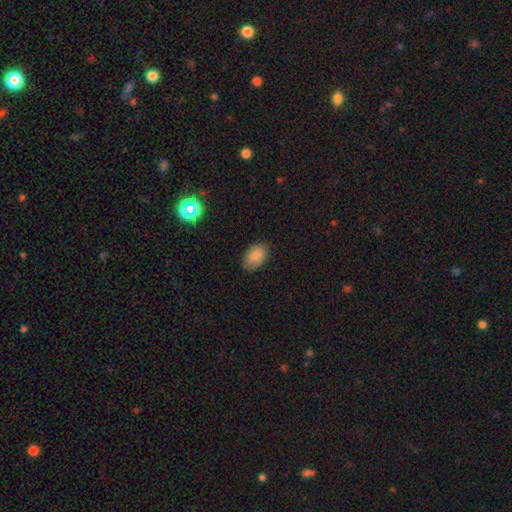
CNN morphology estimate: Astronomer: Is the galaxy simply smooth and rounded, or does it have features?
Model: smooth — 86%.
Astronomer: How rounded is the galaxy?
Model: in between — 90%.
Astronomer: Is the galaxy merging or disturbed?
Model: none — 84%.